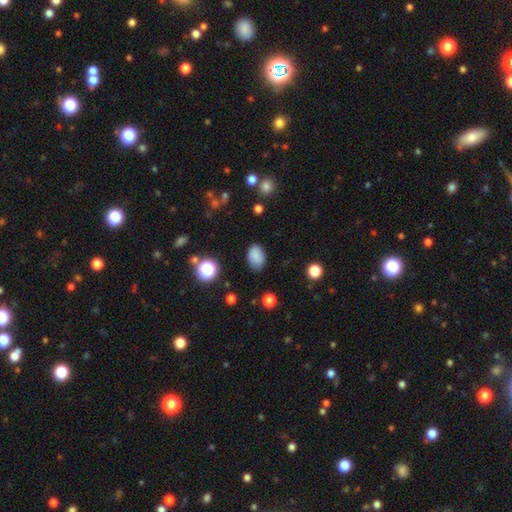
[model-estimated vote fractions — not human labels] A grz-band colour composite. It shows a smooth galaxy with no disk features (83%) that is in between round and cigar-shaped (84%). Merging: none (75%).